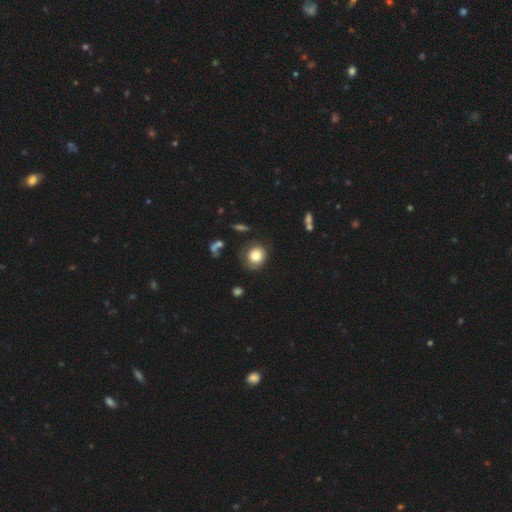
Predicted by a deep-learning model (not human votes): Overall: smooth (79%). How rounded: round (82%). Merging: none (71%).